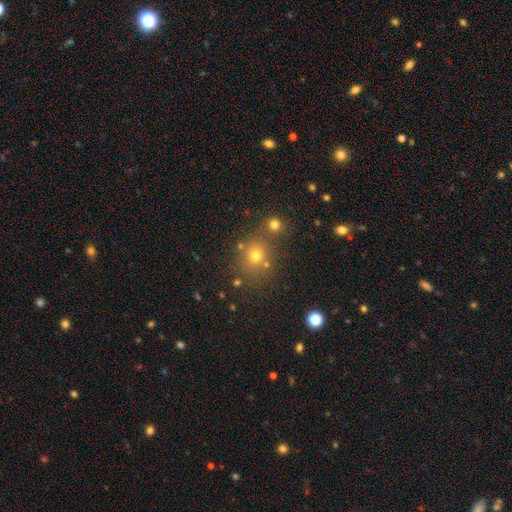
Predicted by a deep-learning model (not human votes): Smooth or featured?
  - smooth: 68% *
  - star or artifact: 22%
  - featured or disk: 11%
How rounded?
  - round: 78% *
  - in between: 21%
  - cigar-shaped: 1%
Merging?
  - none: 70% *
  - merger: 16%
  - minor disturbance: 10%
  - major disturbance: 4%